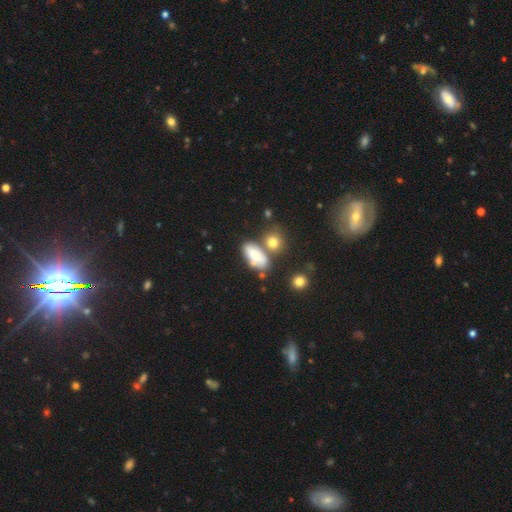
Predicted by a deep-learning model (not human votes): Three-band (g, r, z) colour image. It shows a smooth galaxy with no disk features (60%) that is in between round and cigar-shaped (86%). Merging: none (45%).